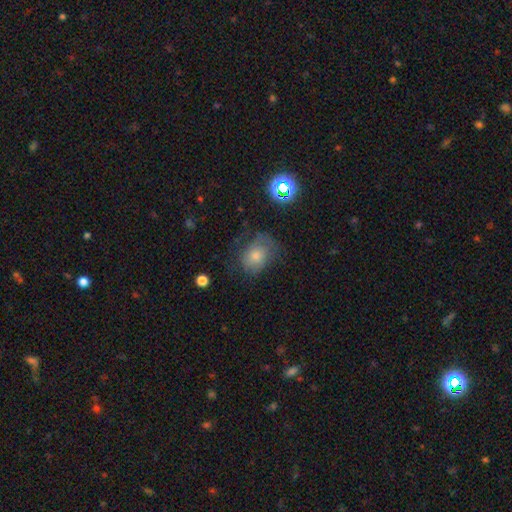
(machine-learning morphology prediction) smooth_or_featured: smooth (p=0.48) [alt: featured or disk p=0.35]
merging: none (p=0.56) [alt: minor disturbance p=0.26]